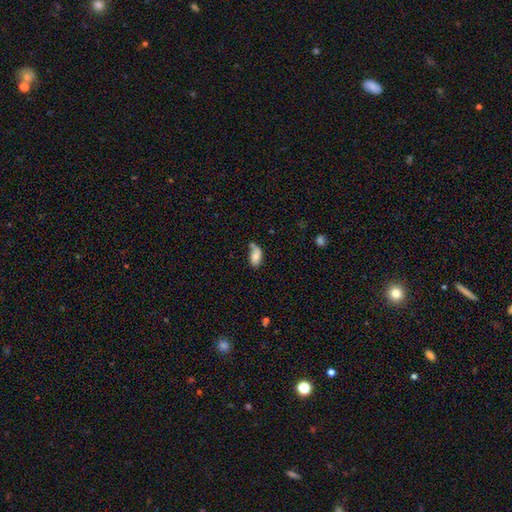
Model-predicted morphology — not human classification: Smooth or featured? smooth (73%)
How rounded? in between (91%)
Merging? none (41%)